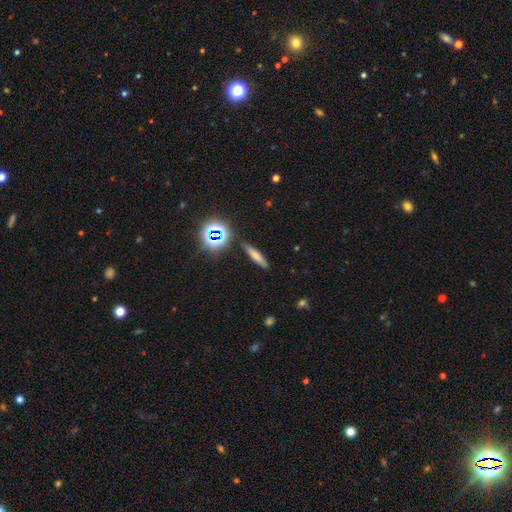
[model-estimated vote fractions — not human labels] Q: Smooth or featured?
A: smooth (62%); runner-up: featured or disk (20%)
Q: How rounded?
A: cigar-shaped (81%); runner-up: in between (15%)
Q: Merging?
A: none (86%); runner-up: minor disturbance (9%)